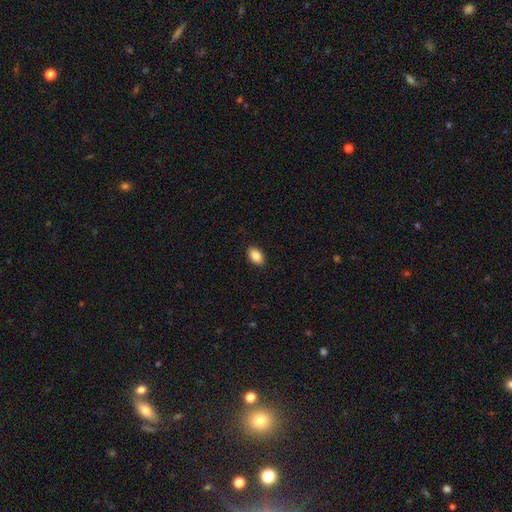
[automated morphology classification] smooth_or_featured: smooth (p=0.88) [alt: star or artifact p=0.07]
how_rounded: in between (p=0.91) [alt: round p=0.08]
merging: none (p=0.90) [alt: minor disturbance p=0.07]